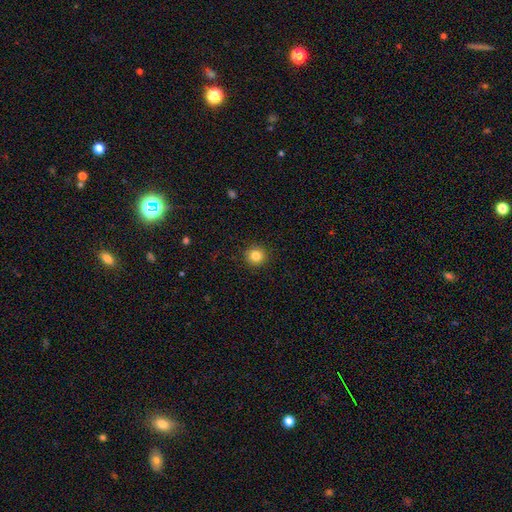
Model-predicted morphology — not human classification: Q: Smooth or featured?
A: smooth (84%); runner-up: star or artifact (11%)
Q: How rounded?
A: round (93%); runner-up: in between (6%)
Q: Merging?
A: none (92%); runner-up: minor disturbance (5%)